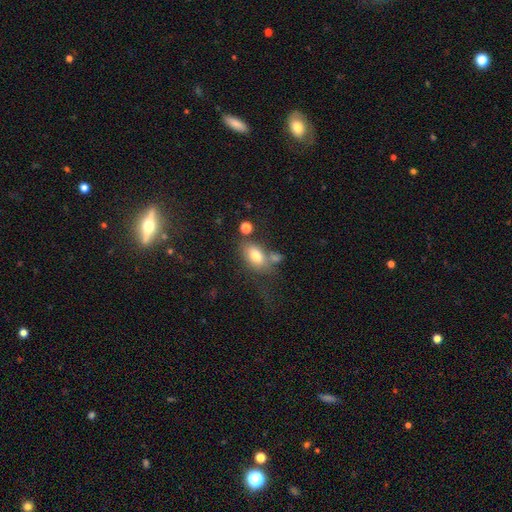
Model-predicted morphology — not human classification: Smooth or featured?
  - smooth: 76% *
  - featured or disk: 15%
  - star or artifact: 9%
How rounded?
  - in between: 87% *
  - round: 11%
  - cigar-shaped: 2%
Merging?
  - none: 53% *
  - merger: 19%
  - minor disturbance: 18%
  - major disturbance: 10%